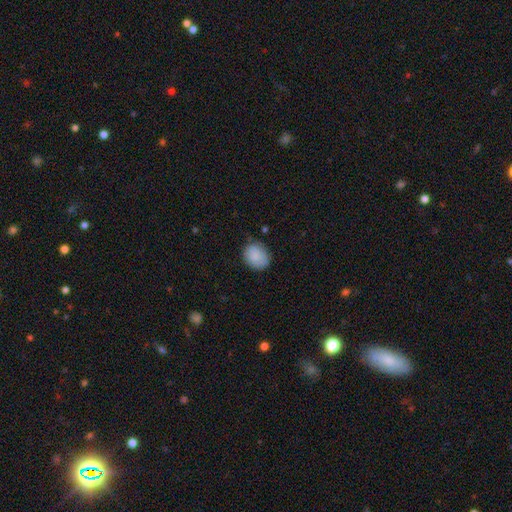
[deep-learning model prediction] smooth 86%, featured or disk 7%, star or artifact 7%. Down the decision tree: how rounded — round (57%); merging — none (80%).